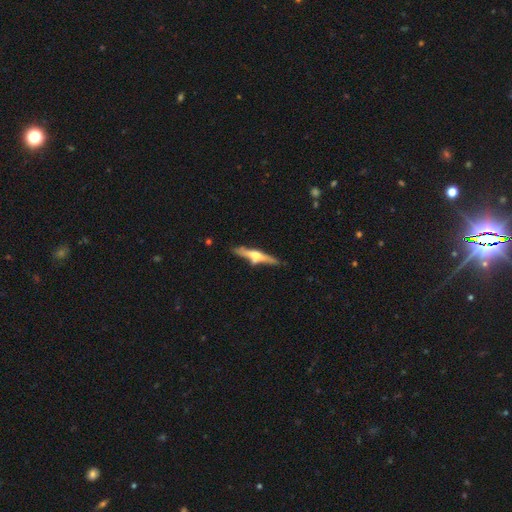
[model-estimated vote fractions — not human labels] A featured or disk galaxy (64%) viewed edge-on (95%) with a rounded central bulge (85%).

Vote fractions:
- Smooth or featured? featured or disk: 64% / smooth: 30% / star or artifact: 6%
- Edge-on disk? yes: 95% / no: 5%
- Edge-on bulge? rounded: 85% / boxy: 8% / none: 7%
- Merging? none: 71% / minor disturbance: 16% / merger: 8% / major disturbance: 4%